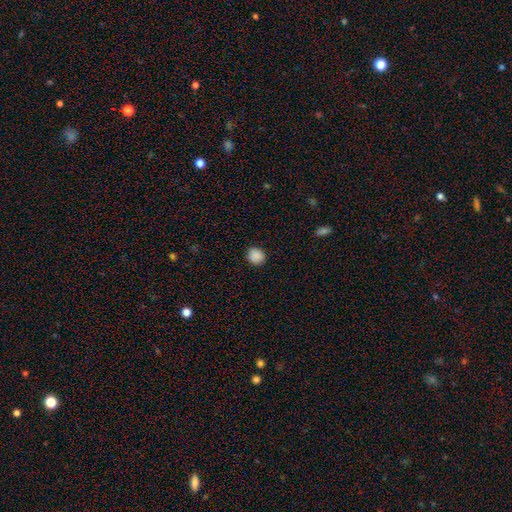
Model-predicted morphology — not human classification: Smooth or featured?
  - smooth: 88% *
  - star or artifact: 9%
  - featured or disk: 2%
How rounded?
  - round: 85% *
  - in between: 14%
  - cigar-shaped: 1%
Merging?
  - none: 90% *
  - minor disturbance: 7%
  - major disturbance: 2%
  - merger: 1%